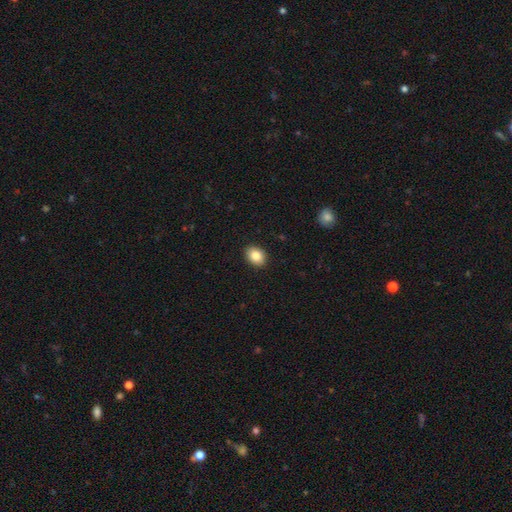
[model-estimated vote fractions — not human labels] The model was most divided on "how rounded": in between: 66%, round: 34%, cigar-shaped: 1%. More confident: merging — none (90%); smooth or featured — smooth (86%).